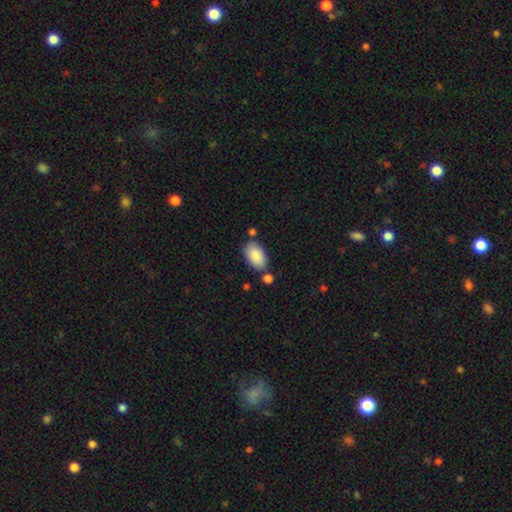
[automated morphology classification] Smooth or featured?
  - smooth: 87% *
  - featured or disk: 7%
  - star or artifact: 6%
How rounded?
  - in between: 94% *
  - round: 4%
  - cigar-shaped: 1%
Merging?
  - none: 74% *
  - minor disturbance: 14%
  - merger: 9%
  - major disturbance: 3%